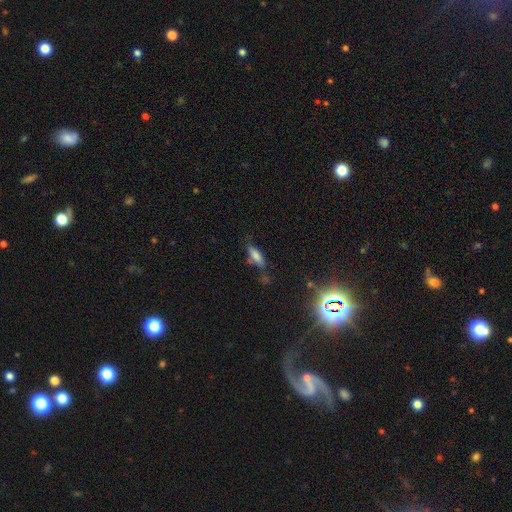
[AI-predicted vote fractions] This is likely a smooth galaxy (71%). How rounded: possibly in between (56%). Merging: likely none (62%).